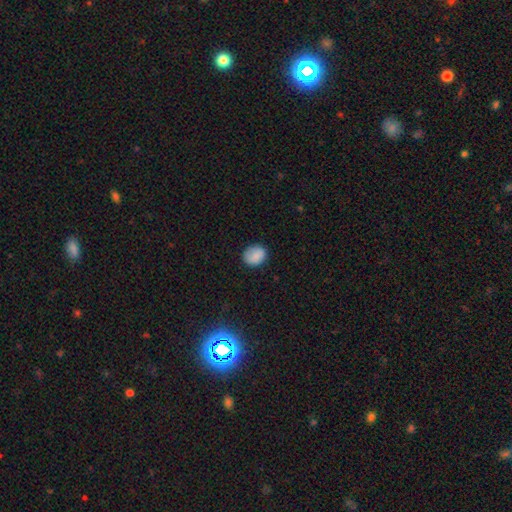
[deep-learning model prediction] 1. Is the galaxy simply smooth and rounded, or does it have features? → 86% smooth, 8% star or artifact, 6% featured or disk.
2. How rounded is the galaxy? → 68% round, 31% in between, 1% cigar-shaped.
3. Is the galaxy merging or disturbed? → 83% none, 13% minor disturbance, 3% major disturbance, 1% merger.